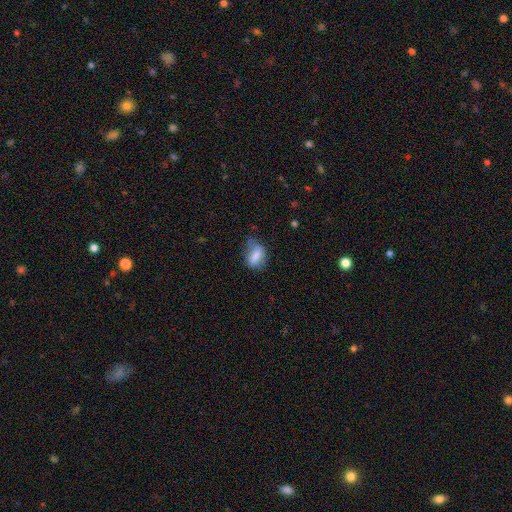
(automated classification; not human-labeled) smooth-or-featured: smooth: 75% | featured or disk: 17% | star or artifact: 8%
  how-rounded: in between: 81% | round: 15% | cigar-shaped: 4%
  merging: none: 46% | minor disturbance: 37% | major disturbance: 15% | merger: 3%